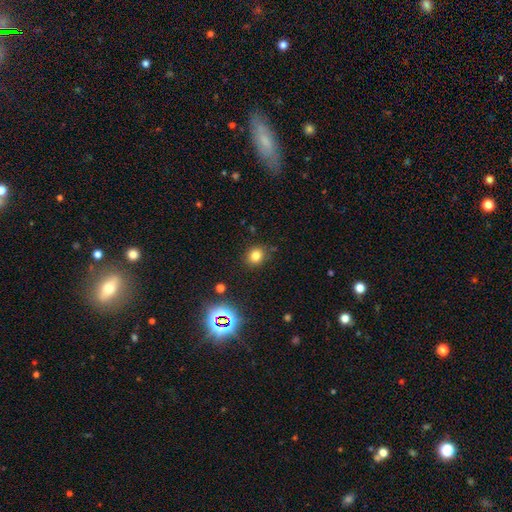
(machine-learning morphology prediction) The model was most divided on "how rounded": round: 73%, in between: 27%, cigar-shaped: 1%. More confident: merging — none (85%); smooth or featured — smooth (77%).